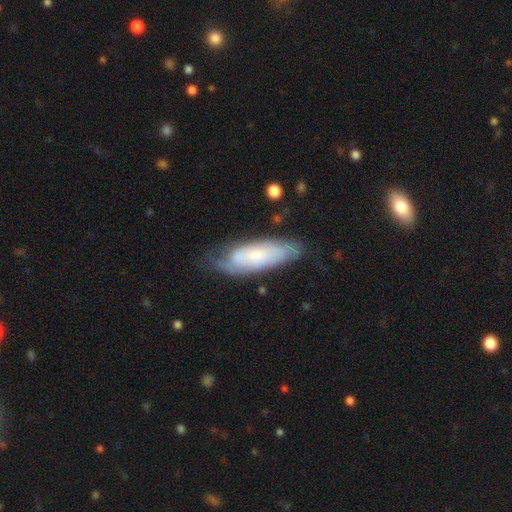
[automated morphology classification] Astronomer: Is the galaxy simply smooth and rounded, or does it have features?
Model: smooth — 48% (runner-up: featured or disk, 45%).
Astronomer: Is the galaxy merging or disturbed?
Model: none — 61%.